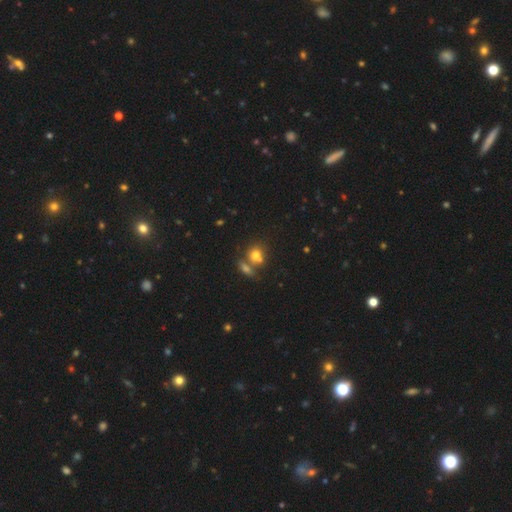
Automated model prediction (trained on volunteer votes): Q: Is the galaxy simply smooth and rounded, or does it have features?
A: smooth — 74%.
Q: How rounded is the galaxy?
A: round — 67%.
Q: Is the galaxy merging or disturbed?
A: none — 44%.